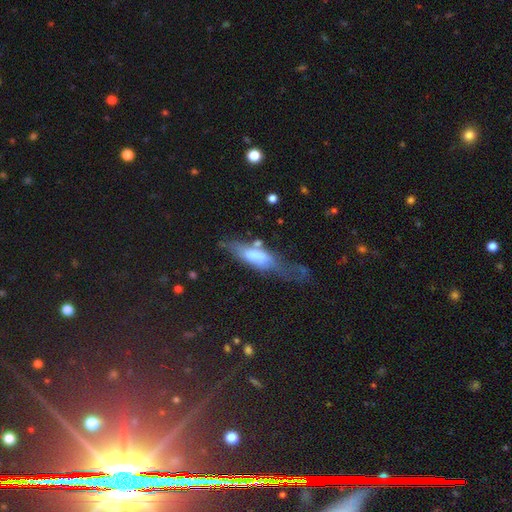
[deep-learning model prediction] smooth_or_featured: smooth (p=0.58) [alt: featured or disk p=0.35]
how_rounded: in between (p=0.57) [alt: cigar-shaped p=0.41]
merging: major disturbance (p=0.37) [alt: minor disturbance p=0.26]